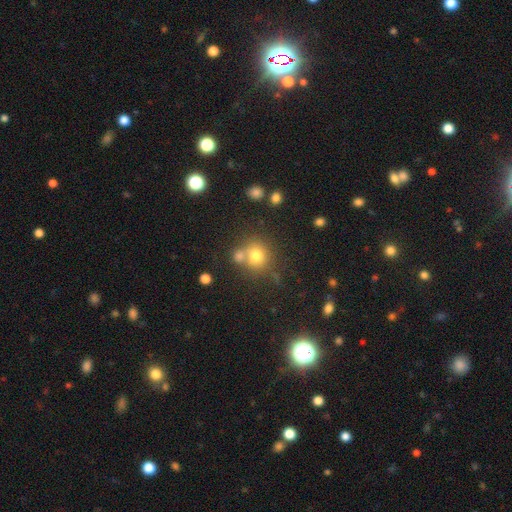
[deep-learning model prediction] smooth_or_featured: smooth (p=0.75) [alt: star or artifact p=0.14]
how_rounded: round (p=0.86) [alt: in between p=0.13]
merging: none (p=0.54) [alt: merger p=0.31]